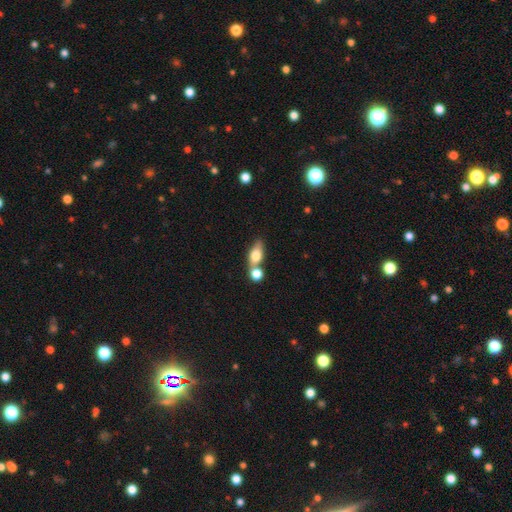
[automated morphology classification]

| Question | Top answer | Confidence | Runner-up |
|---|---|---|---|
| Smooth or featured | smooth | 70% | featured or disk (22%) |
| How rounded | in between | 69% | round (17%) |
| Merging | none | 46% | merger (38%) |